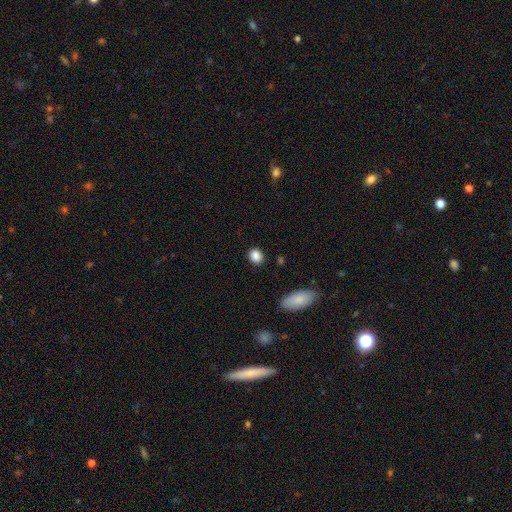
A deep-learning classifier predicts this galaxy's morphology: Overall: smooth (87%). How rounded: round (54%; in between 44%). Merging: none (86%).